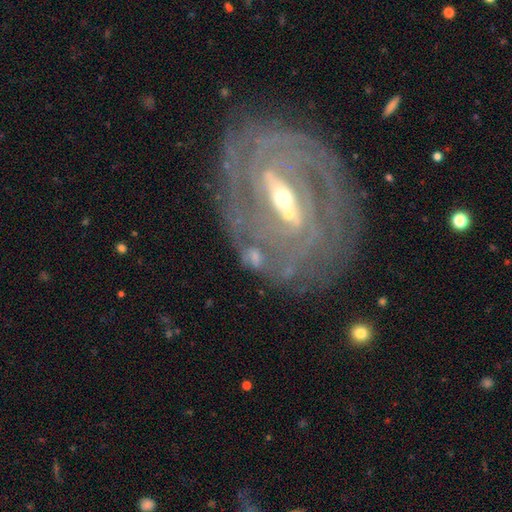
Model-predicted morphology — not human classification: A featured or disk galaxy (82%) with a strong bar (42%), tight (65%) spiral arms (80%) and a moderate central bulge (48%).

Vote fractions:
- Smooth or featured? featured or disk: 82% / smooth: 10% / star or artifact: 9%
- Edge-on disk? no: 91% / yes: 9%
- Bar? strong: 42% / no: 30% / weak: 28%
- Spiral arms? yes: 80% / no: 20%
- Spiral winding? tight: 65% / medium: 26% / loose: 9%
- Spiral arm count? can't tell: 38% / 2: 27% / 3: 13% / 4: 8% / more than 4: 7% / 1: 6%
- Bulge size? moderate: 48% / small: 44% / large: 5% / none: 2% / dominant: 2%
- Merging? none: 59% / minor disturbance: 17% / major disturbance: 13% / merger: 10%